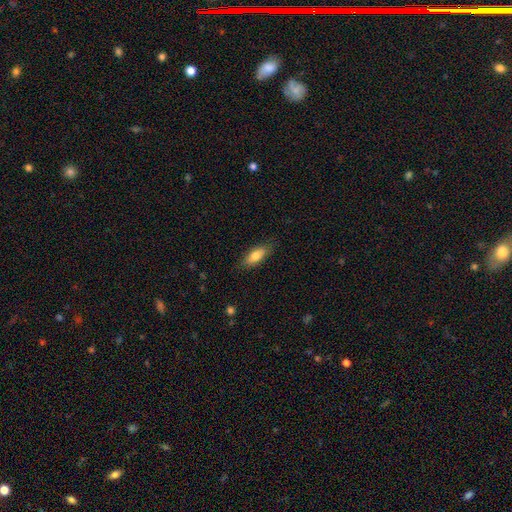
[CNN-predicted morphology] smooth-or-featured: smooth: 75% | featured or disk: 19% | star or artifact: 7%
  how-rounded: in between: 71% | cigar-shaped: 27% | round: 3%
  merging: none: 83% | minor disturbance: 14% | major disturbance: 3% | merger: 1%